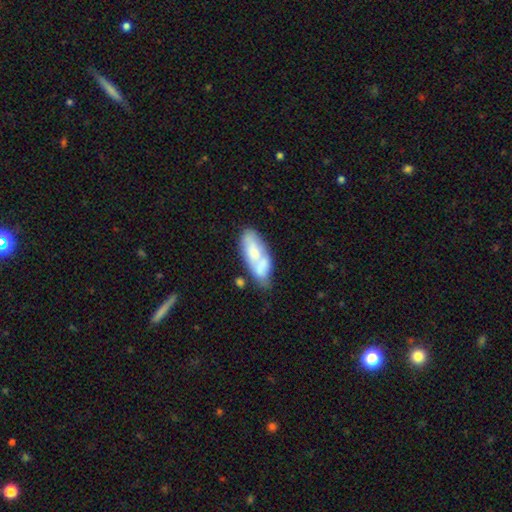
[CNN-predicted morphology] Smooth or featured? smooth (56%)
How rounded? in between (77%)
Merging? none (43%)